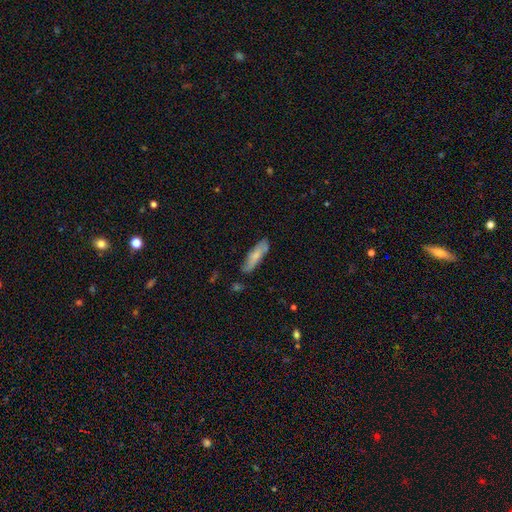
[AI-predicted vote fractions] The model was most divided on "how rounded": cigar-shaped: 63%, in between: 36%, round: 2%. More confident: merging — none (78%); smooth or featured — smooth (68%).